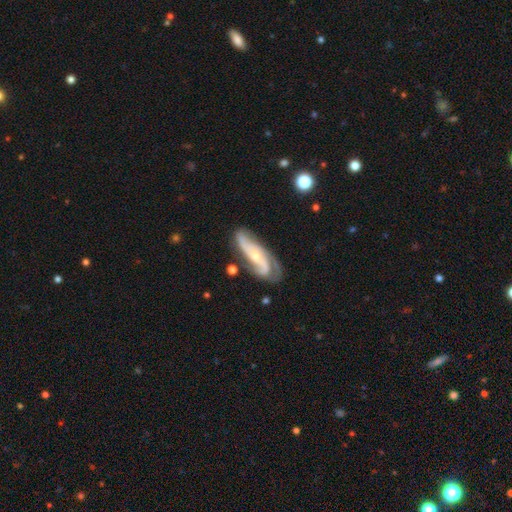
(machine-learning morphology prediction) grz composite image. It shows a featured or disk galaxy (81%) with no bar (57%), 2 (62%) medium (44%) spiral arms (95%) and a small central bulge (65%). Merging: none (65%).